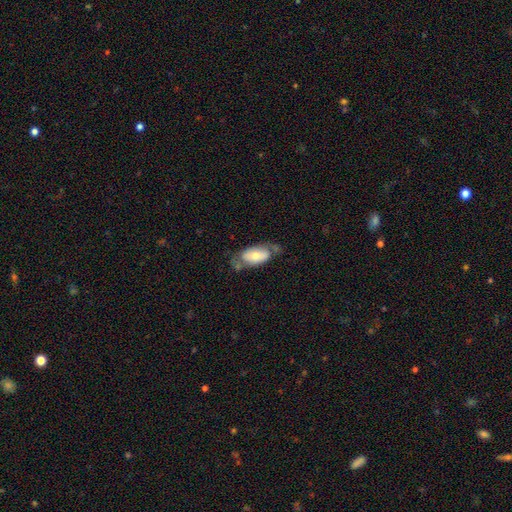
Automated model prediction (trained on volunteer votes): This appears to be a smooth galaxy with no disk features (47%, tied with featured or disk). Merging: none (47%).